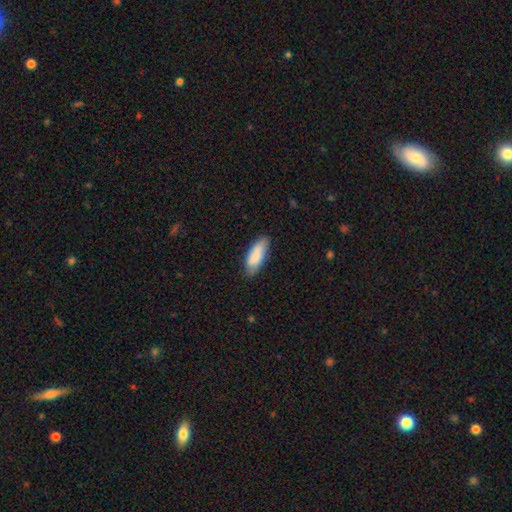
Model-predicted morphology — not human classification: This is clearly a smooth galaxy (84%). How rounded: likely in between (70%). Merging: clearly none (80%).